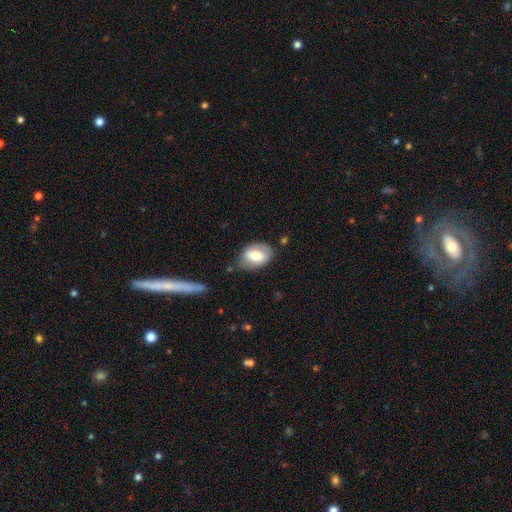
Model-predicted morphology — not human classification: type=smooth (56%); roundness=in between (85%); merging=none (74%).